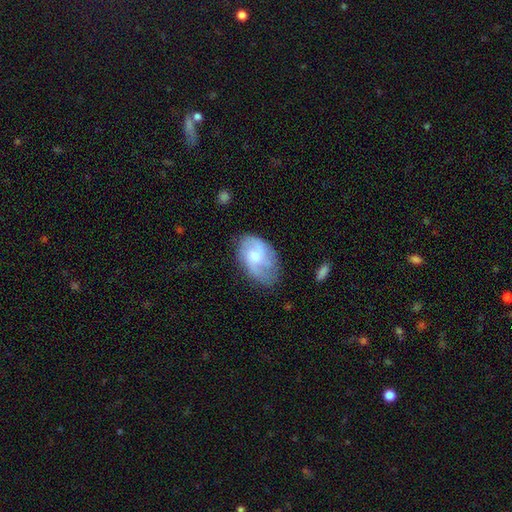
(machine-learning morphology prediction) This appears to be a featured or disk galaxy (58%) with no bar (57%), spiral arms (84%) and a moderate central bulge (46%). Merging: none (56%).